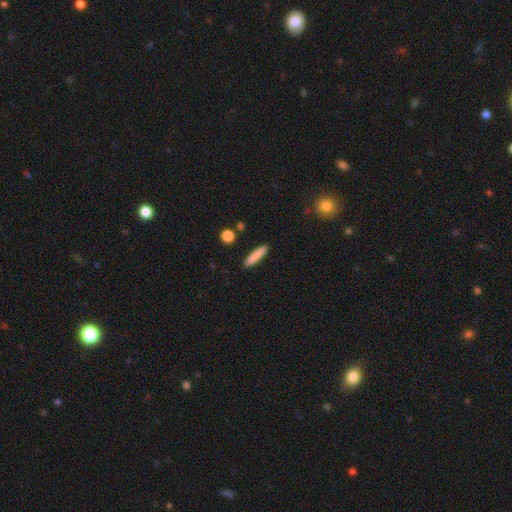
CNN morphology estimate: Q: Smooth or featured?
A: smooth (83%); runner-up: featured or disk (10%)
Q: How rounded?
A: cigar-shaped (88%); runner-up: in between (10%)
Q: Merging?
A: none (90%); runner-up: minor disturbance (6%)